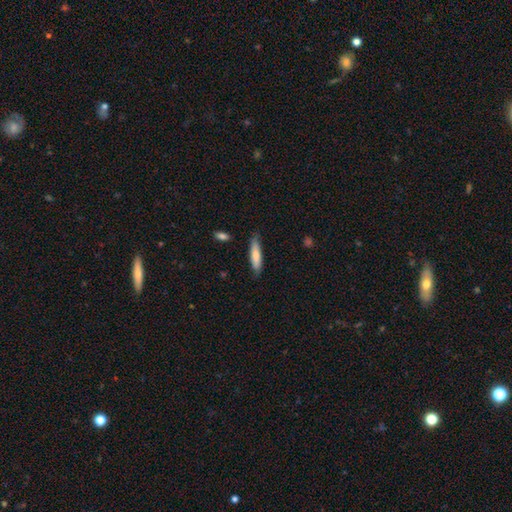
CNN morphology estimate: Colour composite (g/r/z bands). It shows a smooth galaxy with no disk features (74%) that is cigar-shaped (78%). Merging: none (79%).